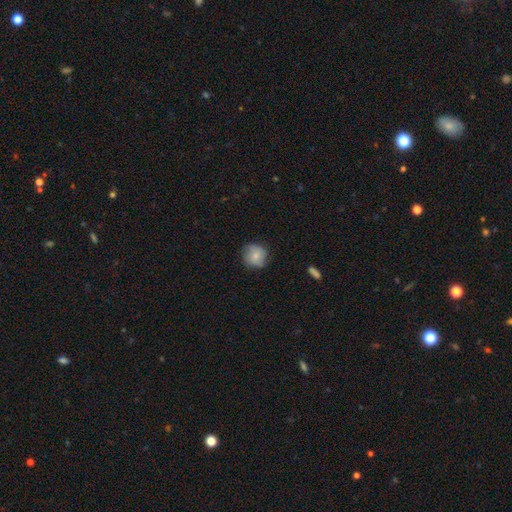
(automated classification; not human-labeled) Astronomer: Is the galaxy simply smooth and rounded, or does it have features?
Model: smooth — 72%.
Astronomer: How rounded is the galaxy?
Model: round — 89%.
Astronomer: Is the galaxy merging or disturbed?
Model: none — 75%.